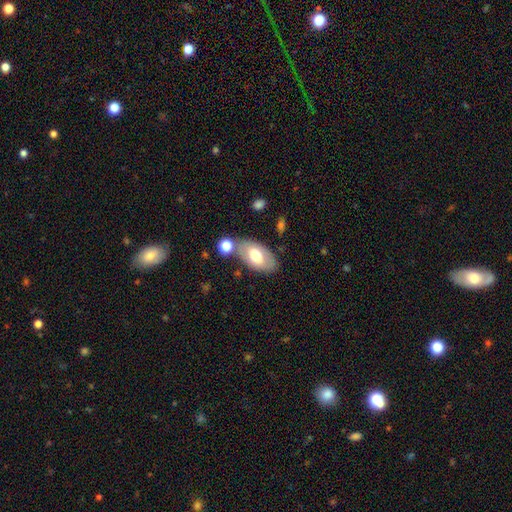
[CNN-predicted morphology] Smooth or featured? Predicted: smooth (p=0.63). How rounded? Predicted: in between (p=0.94). Merging? Predicted: none (p=0.63).